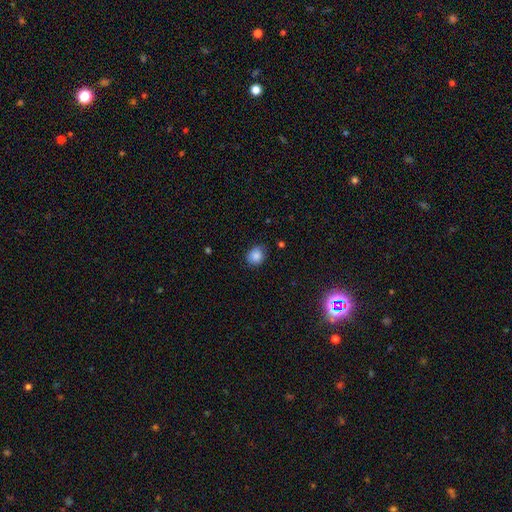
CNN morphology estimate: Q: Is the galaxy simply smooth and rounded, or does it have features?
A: smooth — 85%.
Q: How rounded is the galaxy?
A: round — 68%.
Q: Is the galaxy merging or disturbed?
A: none — 79%.